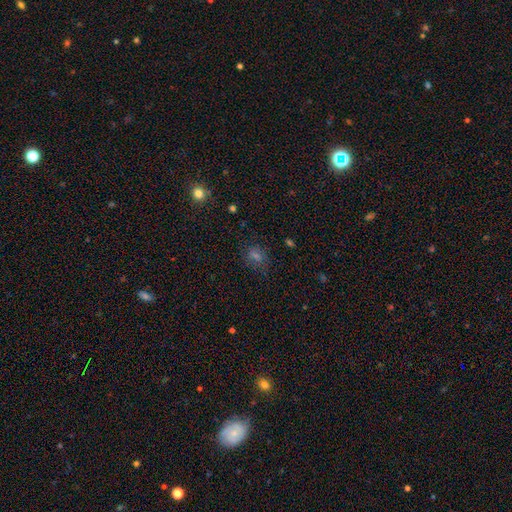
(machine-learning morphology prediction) Overall: smooth (49%; star or artifact 37%). Merging: none (71%).